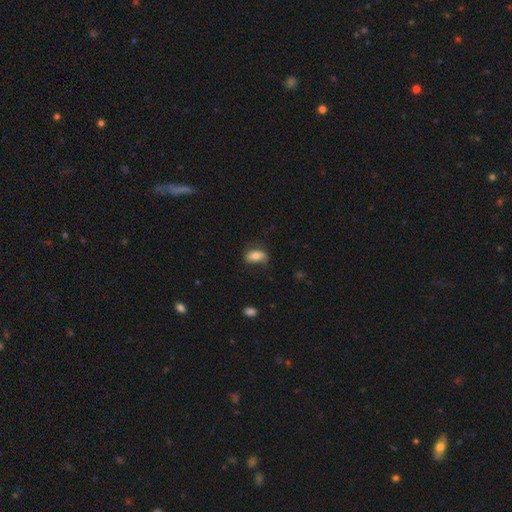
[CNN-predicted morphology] This is likely a smooth galaxy (68%). How rounded: clearly in between (86%). Merging: likely none (61%).